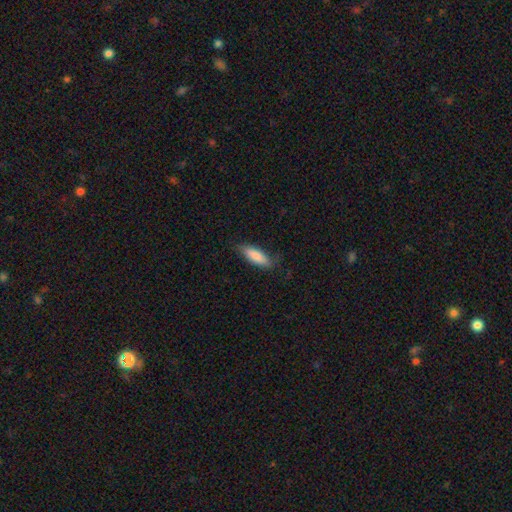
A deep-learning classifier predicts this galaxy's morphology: Smooth or featured?
  - smooth: 82% *
  - featured or disk: 13%
  - star or artifact: 6%
How rounded?
  - in between: 59% *
  - cigar-shaped: 39%
  - round: 2%
Merging?
  - none: 76% *
  - minor disturbance: 19%
  - major disturbance: 4%
  - merger: 1%